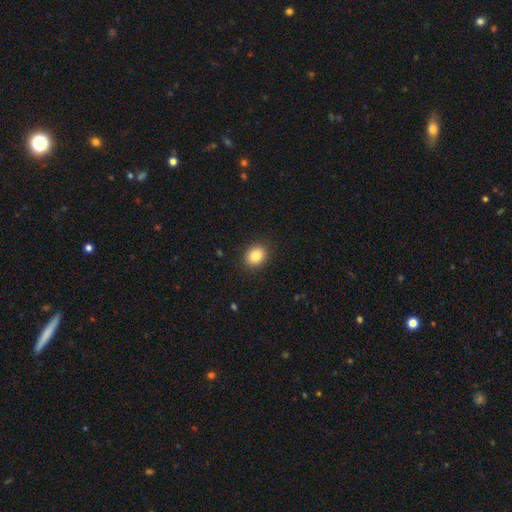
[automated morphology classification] This appears to be a smooth galaxy with no disk features (83%) that is round (61%). Merging: none (90%).